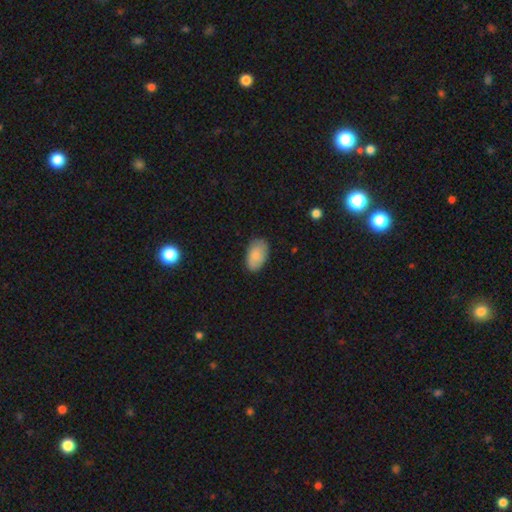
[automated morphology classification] Smooth or featured?
  - smooth: 86% *
  - featured or disk: 8%
  - star or artifact: 6%
How rounded?
  - in between: 93% *
  - round: 5%
  - cigar-shaped: 1%
Merging?
  - none: 81% *
  - minor disturbance: 15%
  - major disturbance: 3%
  - merger: 1%